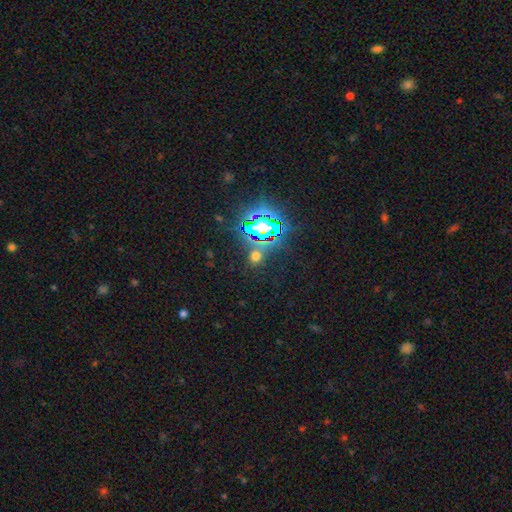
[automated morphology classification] This appears to be a star or artifact, not a galaxy (54%).